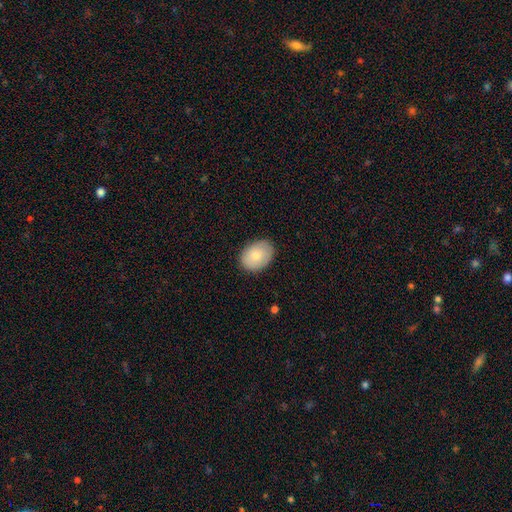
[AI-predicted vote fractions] This is clearly a smooth galaxy (81%). How rounded: likely in between (77%). Merging: clearly none (85%).